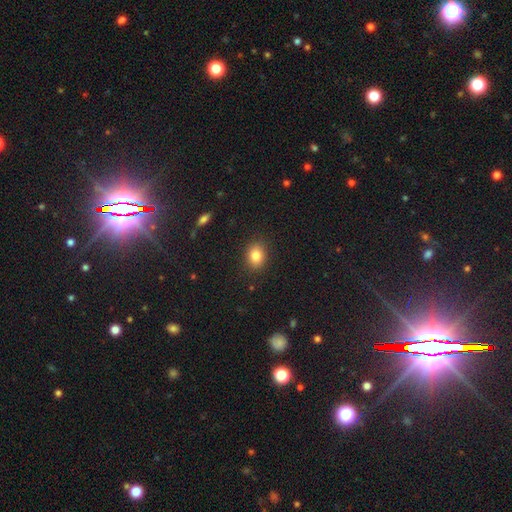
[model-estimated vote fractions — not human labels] Smooth or featured? Predicted: smooth (p=0.84). How rounded? Predicted: in between (p=0.59). Merging? Predicted: none (p=0.87).